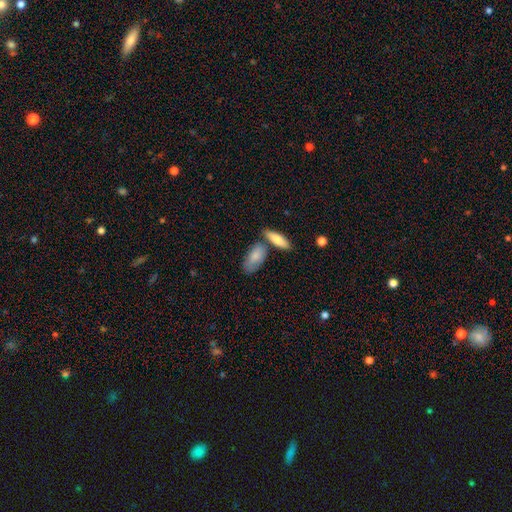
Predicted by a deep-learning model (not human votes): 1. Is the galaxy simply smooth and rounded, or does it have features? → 80% smooth, 14% featured or disk, 5% star or artifact.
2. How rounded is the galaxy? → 87% in between, 10% cigar-shaped, 3% round.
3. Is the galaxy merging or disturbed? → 52% none, 24% merger, 19% minor disturbance, 5% major disturbance.